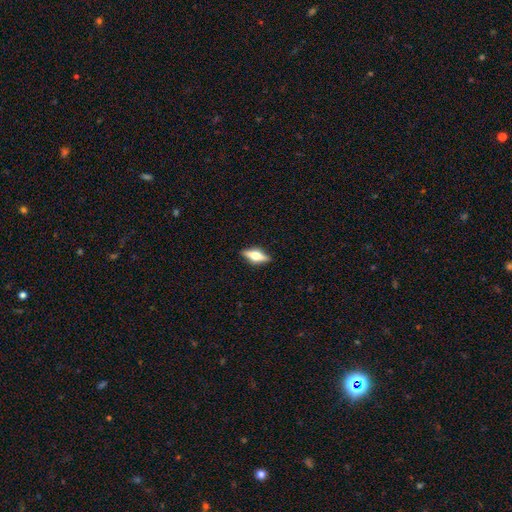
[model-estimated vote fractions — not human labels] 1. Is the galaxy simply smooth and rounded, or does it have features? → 58% featured or disk, 35% smooth, 7% star or artifact.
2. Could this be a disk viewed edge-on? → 95% yes, 5% no.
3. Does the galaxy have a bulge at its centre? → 93% rounded, 5% boxy, 2% none.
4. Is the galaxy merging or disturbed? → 89% none, 8% minor disturbance, 2% major disturbance, 1% merger.